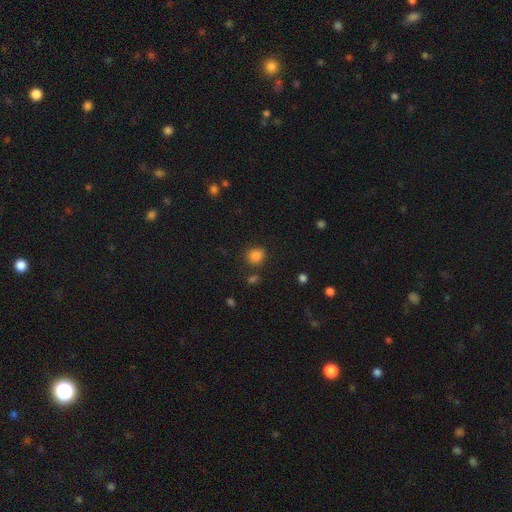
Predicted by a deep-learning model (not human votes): Overall: smooth (84%). How rounded: round (72%). Merging: none (78%).